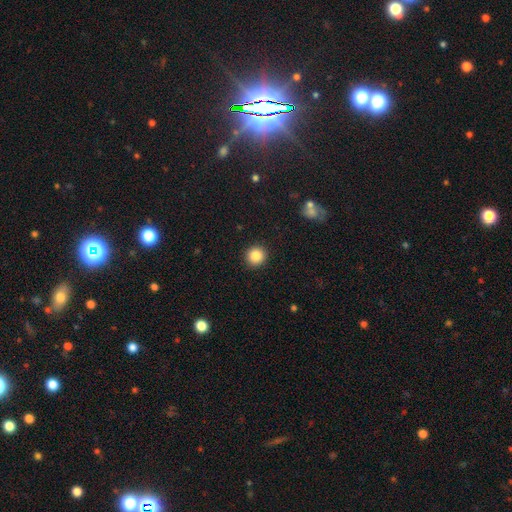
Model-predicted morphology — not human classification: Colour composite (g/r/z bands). It shows a smooth galaxy with no disk features (86%) that is round (93%). Merging: none (92%).